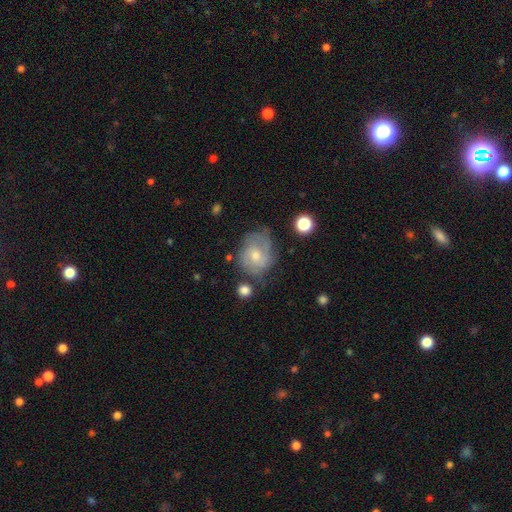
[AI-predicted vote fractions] Q: Smooth or featured?
A: featured or disk (57%); runner-up: smooth (32%)
Q: Edge-on disk?
A: no (97%); runner-up: yes (3%)
Q: Bar?
A: no (66%); runner-up: weak (30%)
Q: Spiral arms?
A: yes (78%); runner-up: no (22%)
Q: Bulge size?
A: moderate (53%); runner-up: small (41%)
Q: Merging?
A: none (55%); runner-up: minor disturbance (27%)